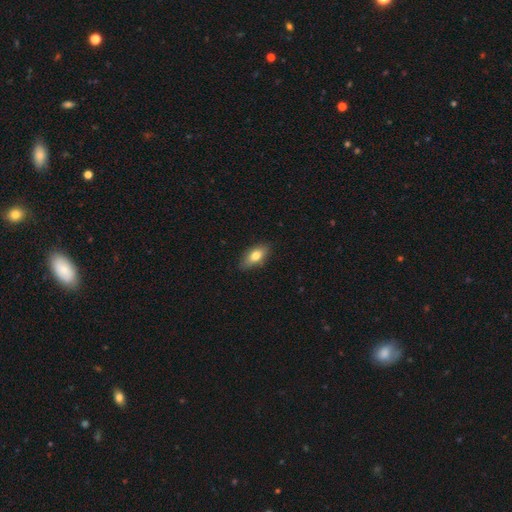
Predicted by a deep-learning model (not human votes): Smooth or featured: smooth — 77% (featured or disk — 15%)
How rounded: in between — 86% (cigar-shaped — 9%)
Merging: none — 81% (minor disturbance — 15%)